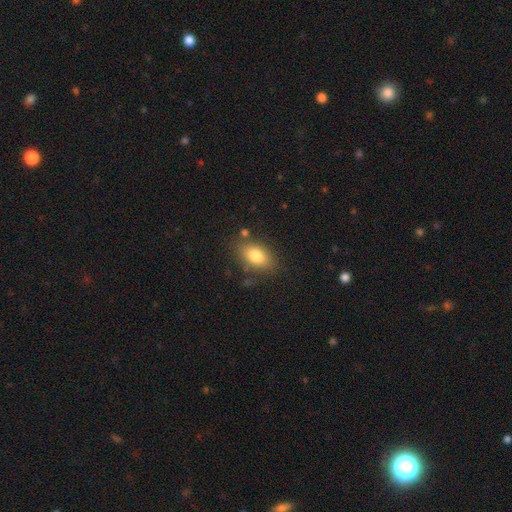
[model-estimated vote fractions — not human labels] The model was most divided on "merging": none: 76%, minor disturbance: 15%, major disturbance: 4%, merger: 4%. More confident: how rounded — in between (87%); smooth or featured — smooth (80%).